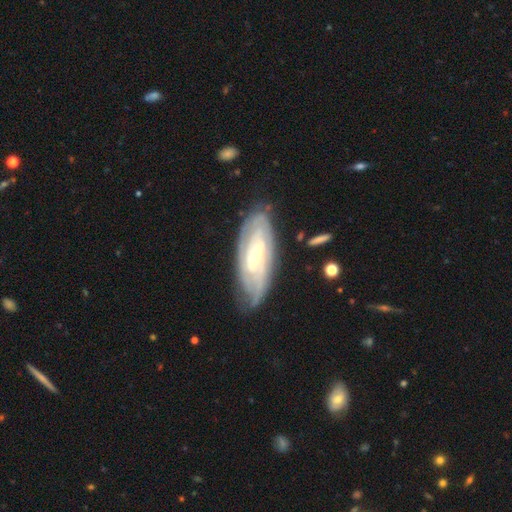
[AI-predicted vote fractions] Smooth or featured?
  - featured or disk: 80% *
  - smooth: 14%
  - star or artifact: 5%
Edge-on disk?
  - no: 89% *
  - yes: 11%
Bar?
  - weak: 43% *
  - strong: 32%
  - no: 25%
Spiral arms?
  - yes: 90% *
  - no: 10%
Spiral winding?
  - tight: 68% *
  - medium: 25%
  - loose: 7%
Spiral arm count?
  - can't tell: 47% *
  - 2: 29%
  - 3: 10%
  - 4: 7%
  - 1: 4%
  - more than 4: 4%
Bulge size?
  - small: 58% *
  - moderate: 35%
  - large: 3%
  - none: 3%
  - dominant: 1%
Merging?
  - none: 72% *
  - minor disturbance: 20%
  - major disturbance: 6%
  - merger: 2%